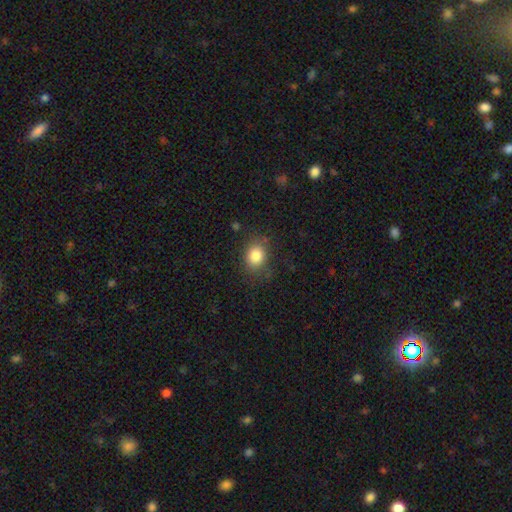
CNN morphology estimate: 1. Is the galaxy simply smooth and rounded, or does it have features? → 83% smooth, 11% star or artifact, 6% featured or disk.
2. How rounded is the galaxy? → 58% round, 41% in between, 1% cigar-shaped.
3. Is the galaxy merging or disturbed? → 79% none, 14% minor disturbance, 5% major disturbance, 2% merger.